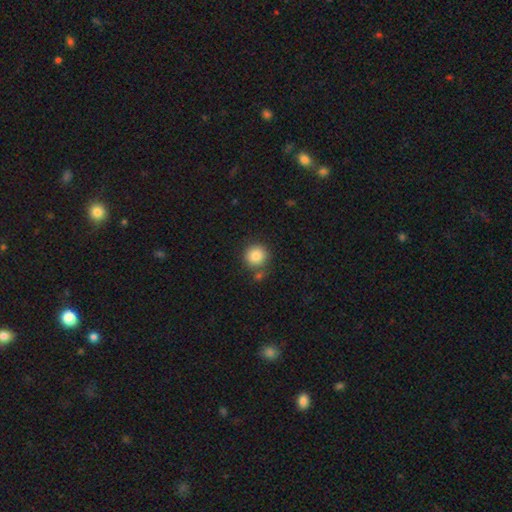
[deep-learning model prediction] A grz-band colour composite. It shows a smooth galaxy with no disk features (86%) that is round (93%). Merging: none (77%).